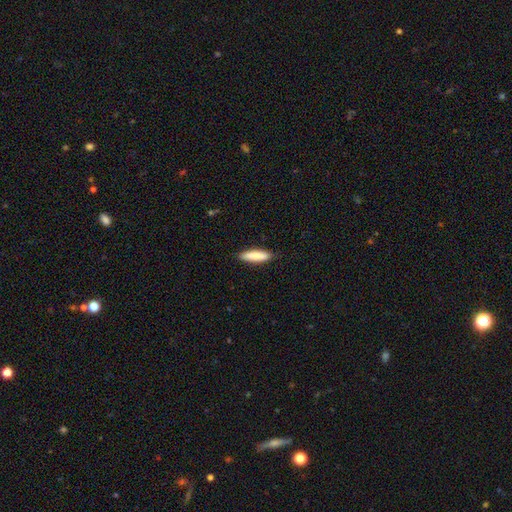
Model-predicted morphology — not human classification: Smooth or featured? Predicted: smooth (p=0.85). How rounded? Predicted: cigar-shaped (p=0.71). Merging? Predicted: none (p=0.86).